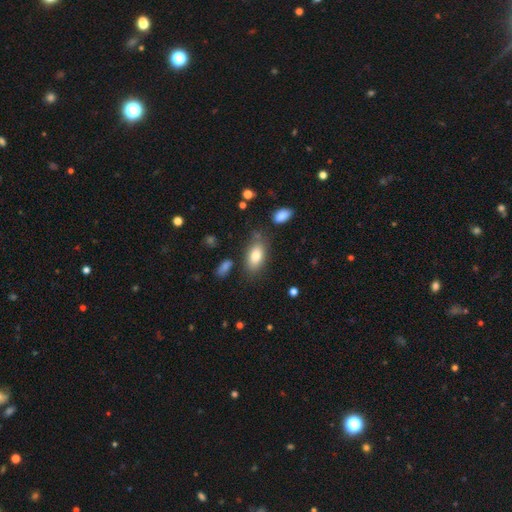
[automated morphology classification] Smooth or featured?
  - smooth: 78% *
  - featured or disk: 14%
  - star or artifact: 8%
How rounded?
  - in between: 90% *
  - cigar-shaped: 5%
  - round: 5%
Merging?
  - none: 72% *
  - minor disturbance: 17%
  - merger: 6%
  - major disturbance: 5%